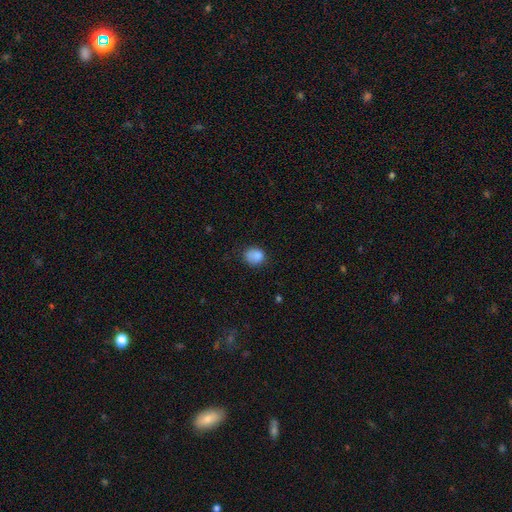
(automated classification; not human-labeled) smooth-or-featured: smooth: 84% | star or artifact: 10% | featured or disk: 7%
  how-rounded: round: 65% | in between: 34% | cigar-shaped: 1%
  merging: none: 62% | minor disturbance: 26% | major disturbance: 8% | merger: 4%